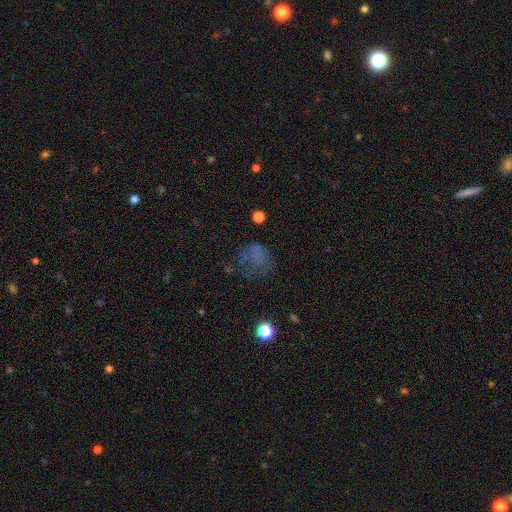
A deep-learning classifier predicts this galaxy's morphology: type=smooth (53%); roundness=round (62%); merging=none (42%).